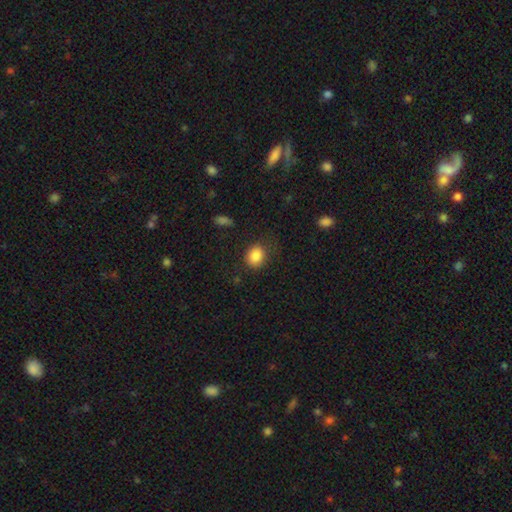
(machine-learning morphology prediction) smooth 86%, star or artifact 9%, featured or disk 5%. Down the decision tree: how rounded — round (51%); merging — none (76%).